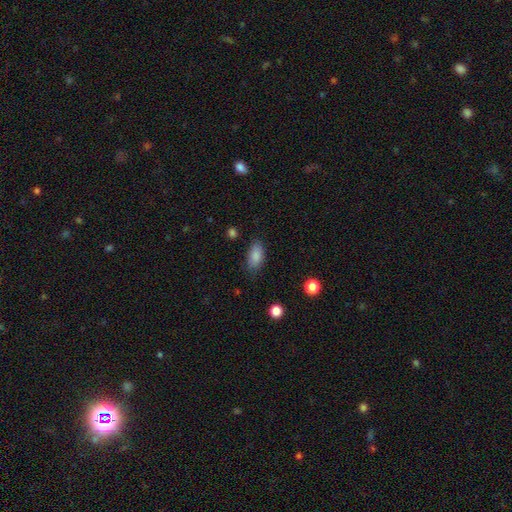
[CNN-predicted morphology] smooth 86%, star or artifact 8%, featured or disk 5%. Down the decision tree: how rounded — in between (90%); merging — none (80%).